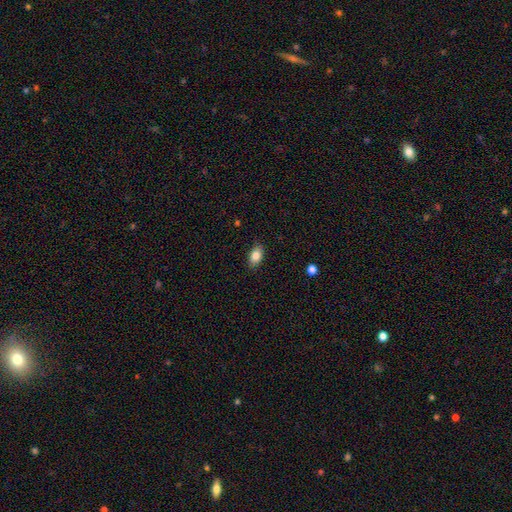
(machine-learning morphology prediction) Smooth or featured? smooth (84%)
How rounded? in between (89%)
Merging? none (87%)